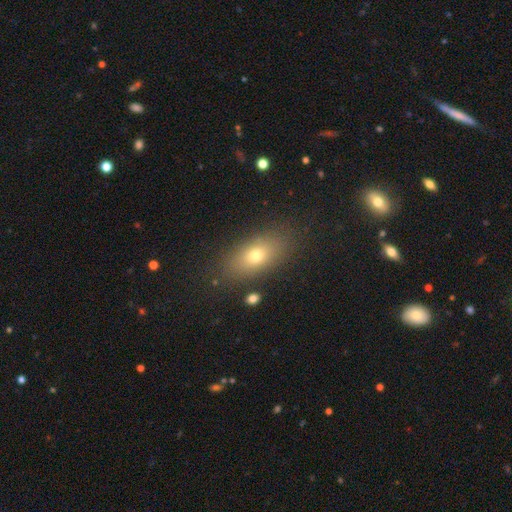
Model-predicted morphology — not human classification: smooth-or-featured: smooth: 71% | featured or disk: 17% | star or artifact: 12%
  how-rounded: in between: 80% | cigar-shaped: 10% | round: 10%
  merging: none: 84% | minor disturbance: 10% | major disturbance: 4% | merger: 2%